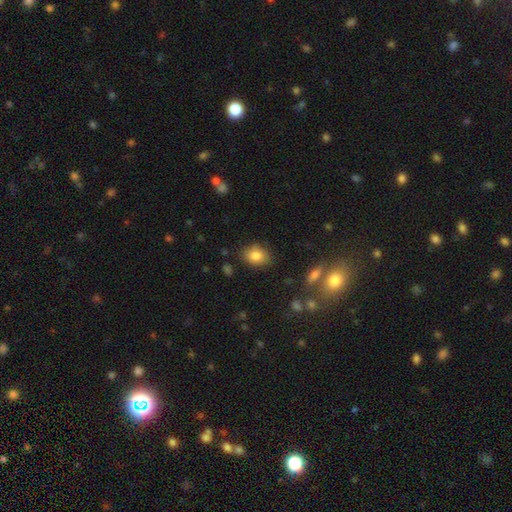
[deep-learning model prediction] smooth_or_featured: smooth (p=0.83) [alt: star or artifact p=0.09]
how_rounded: in between (p=0.68) [alt: round p=0.31]
merging: none (p=0.82) [alt: minor disturbance p=0.13]